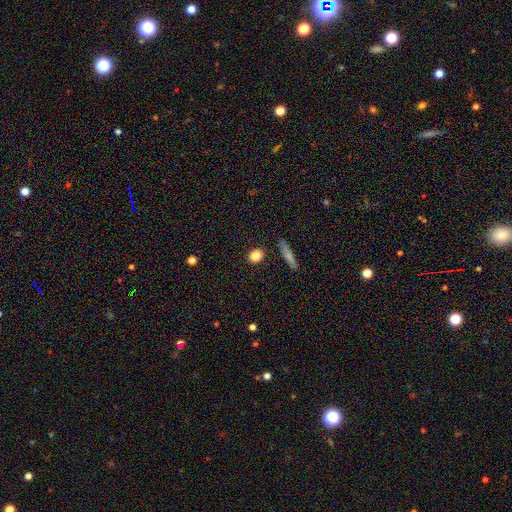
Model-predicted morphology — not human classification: smooth_or_featured: smooth (p=0.83) [alt: star or artifact p=0.09]
how_rounded: round (p=0.58) [alt: in between p=0.36]
merging: none (p=0.88) [alt: minor disturbance p=0.08]